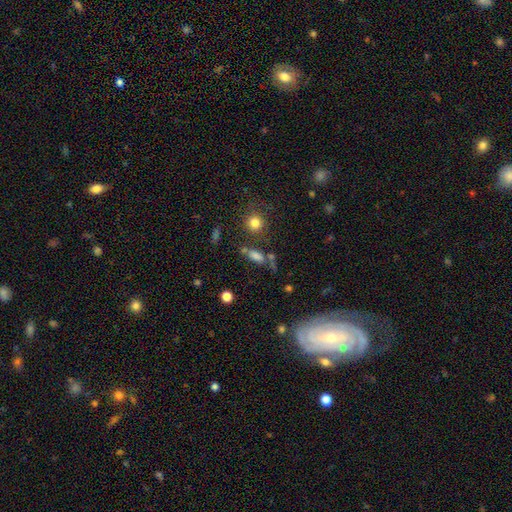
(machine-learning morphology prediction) A smooth galaxy with no disk features (75%) that is in between round and cigar-shaped (73%).

Vote fractions:
- Smooth or featured? smooth: 75% / star or artifact: 14% / featured or disk: 11%
- How rounded? in between: 73% / cigar-shaped: 18% / round: 9%
- Merging? none: 56% / merger: 19% / minor disturbance: 16% / major disturbance: 9%